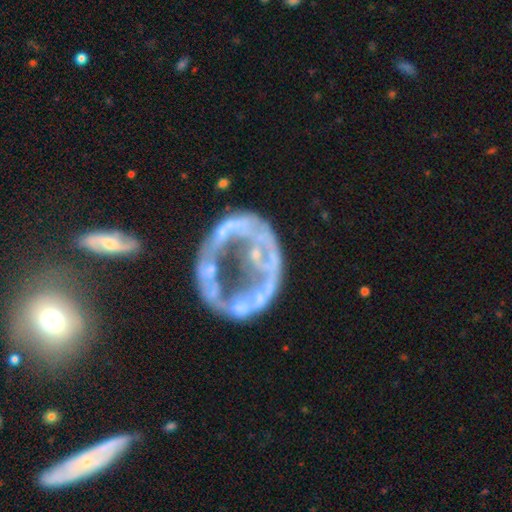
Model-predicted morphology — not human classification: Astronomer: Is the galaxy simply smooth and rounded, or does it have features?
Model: featured or disk — 57%.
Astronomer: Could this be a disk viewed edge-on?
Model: no — 93%.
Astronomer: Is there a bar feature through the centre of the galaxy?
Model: no — 87%.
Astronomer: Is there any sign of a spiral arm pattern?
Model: no — 78%.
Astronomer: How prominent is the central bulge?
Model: none — 66%.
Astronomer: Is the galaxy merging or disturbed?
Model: major disturbance — 39% (runner-up: none, 33%).